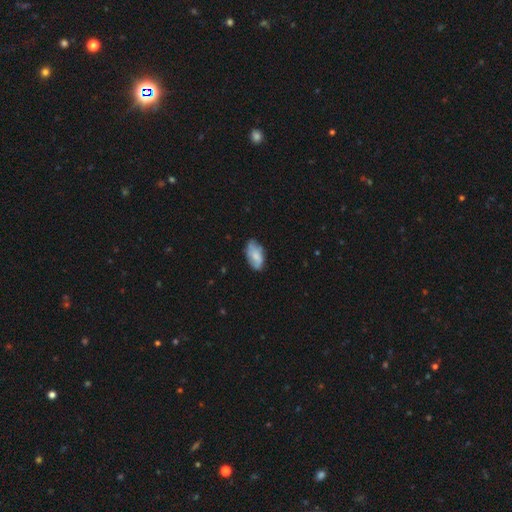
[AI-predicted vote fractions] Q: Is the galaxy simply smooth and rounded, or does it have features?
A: smooth — 67%.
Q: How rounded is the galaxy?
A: in between — 94%.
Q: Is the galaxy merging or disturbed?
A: none — 67%.